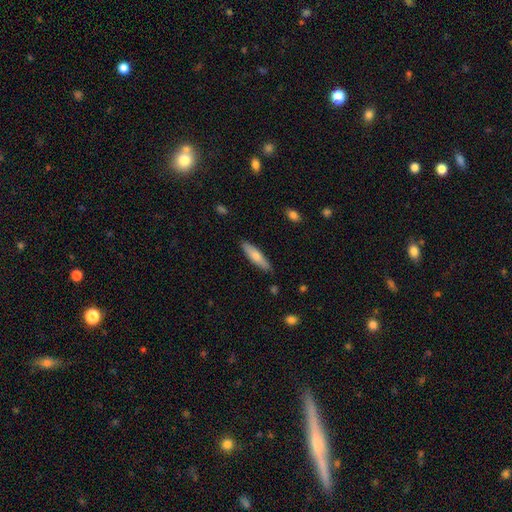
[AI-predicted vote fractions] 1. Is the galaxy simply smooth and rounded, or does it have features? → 70% smooth, 25% featured or disk, 6% star or artifact.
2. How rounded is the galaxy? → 72% cigar-shaped, 27% in between, 2% round.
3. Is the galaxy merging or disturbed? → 84% none, 12% minor disturbance, 2% major disturbance, 2% merger.